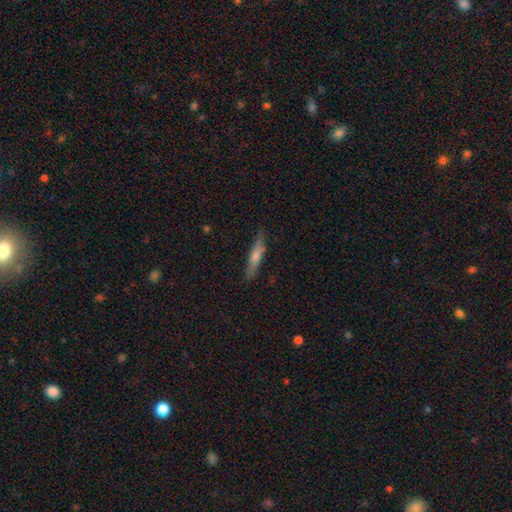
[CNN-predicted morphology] Overall: smooth (52%; featured or disk 41%). How rounded: cigar-shaped (89%). Merging: none (86%).